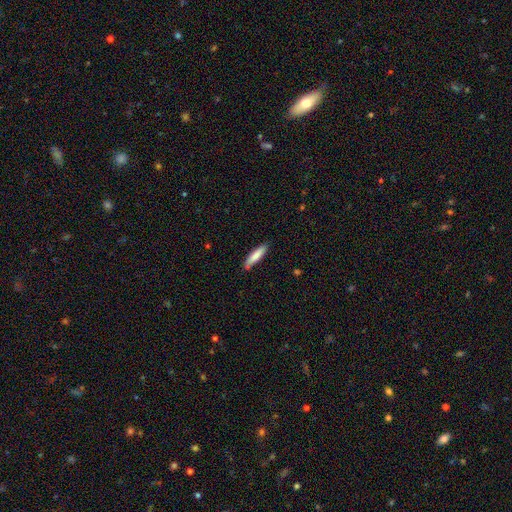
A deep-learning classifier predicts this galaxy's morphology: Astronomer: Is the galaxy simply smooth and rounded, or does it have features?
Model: smooth — 81%.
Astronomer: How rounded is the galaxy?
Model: cigar-shaped — 79%.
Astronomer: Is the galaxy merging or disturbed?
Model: none — 84%.